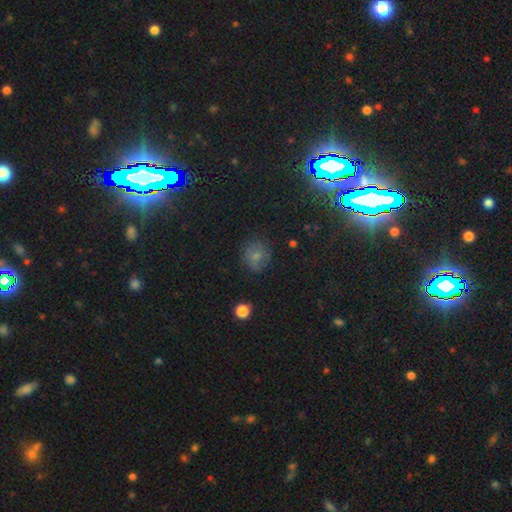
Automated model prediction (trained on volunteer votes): Smooth or featured? smooth (64%)
How rounded? round (78%)
Merging? none (71%)